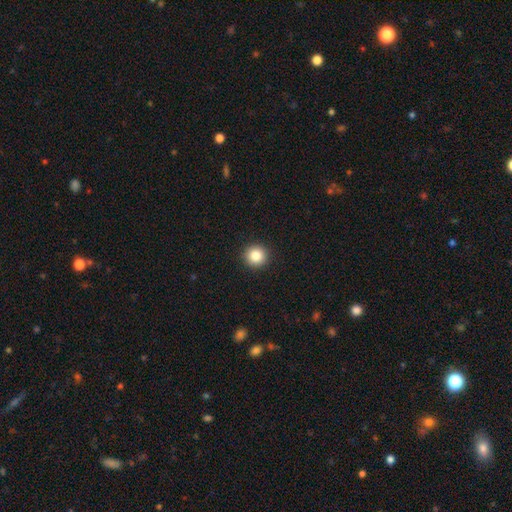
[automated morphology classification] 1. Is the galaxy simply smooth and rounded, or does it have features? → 85% smooth, 10% star or artifact, 5% featured or disk.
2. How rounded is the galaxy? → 95% round, 4% in between, 1% cigar-shaped.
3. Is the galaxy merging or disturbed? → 93% none, 4% minor disturbance, 2% major disturbance, 1% merger.